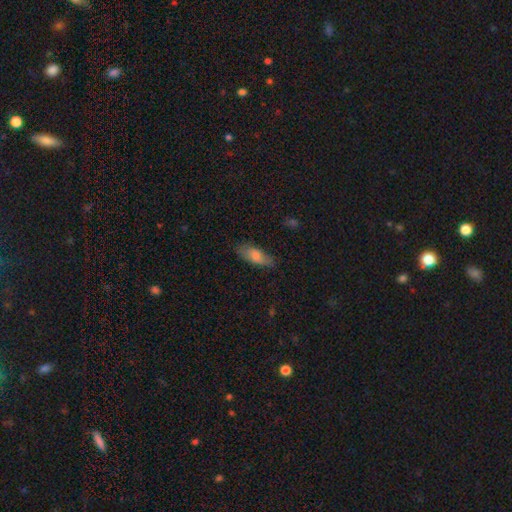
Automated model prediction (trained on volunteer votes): Smooth or featured? Predicted: smooth (p=0.76). How rounded? Predicted: in between (p=0.72). Merging? Predicted: none (p=0.71).